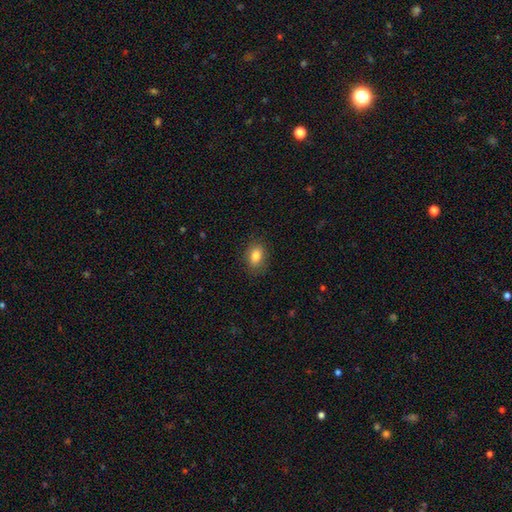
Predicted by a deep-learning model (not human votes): Smooth or featured? Predicted: smooth (p=0.83). How rounded? Predicted: in between (p=0.78). Merging? Predicted: none (p=0.84).